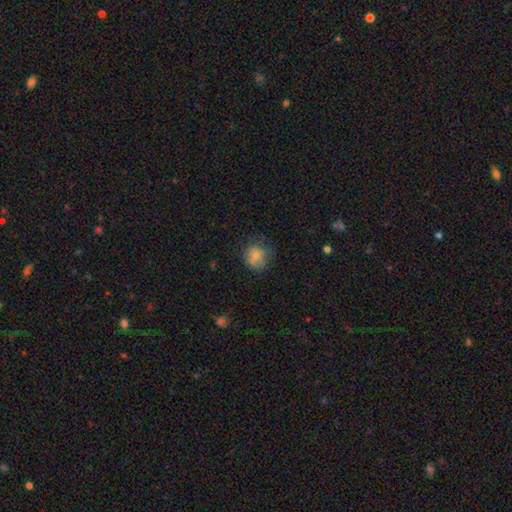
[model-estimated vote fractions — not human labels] Smooth or featured? smooth (74%)
How rounded? round (79%)
Merging? none (59%)